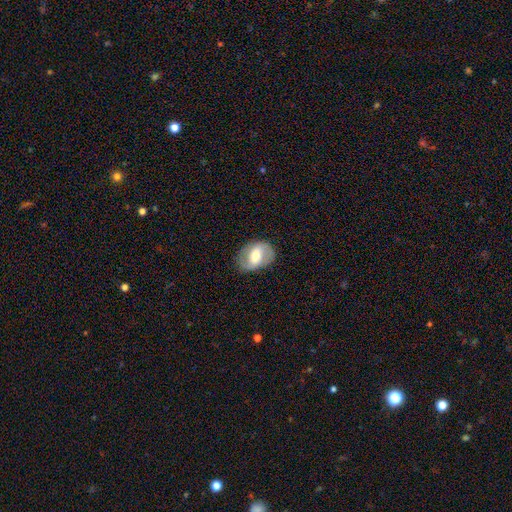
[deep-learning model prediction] Smooth or featured? featured or disk (61%)
Edge-on disk? no (96%)
Bar? weak (44%)
Spiral arms? yes (73%)
Bulge size? moderate (59%)
Merging? none (81%)